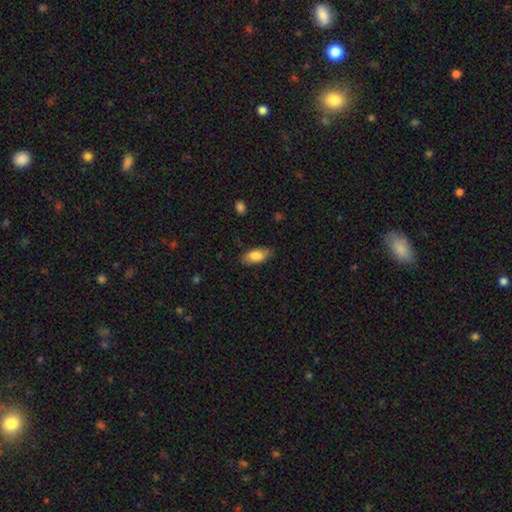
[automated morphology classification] smooth_or_featured: smooth (p=0.84) [alt: featured or disk p=0.10]
how_rounded: in between (p=0.89) [alt: cigar-shaped p=0.09]
merging: none (p=0.82) [alt: minor disturbance p=0.14]